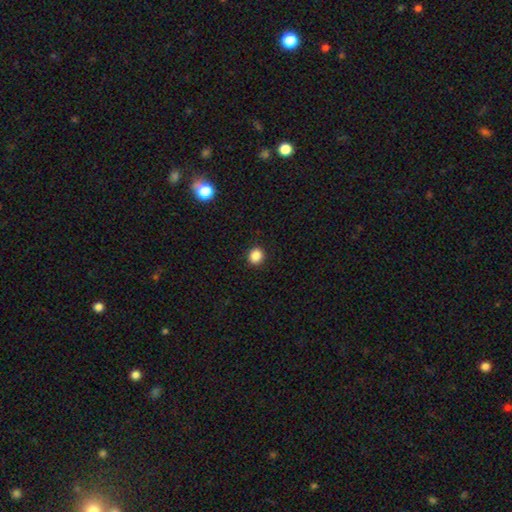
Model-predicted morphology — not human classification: smooth-or-featured: smooth: 87% | star or artifact: 10% | featured or disk: 3%
  how-rounded: round: 79% | in between: 20% | cigar-shaped: 1%
  merging: none: 92% | minor disturbance: 6% | major disturbance: 2% | merger: 1%